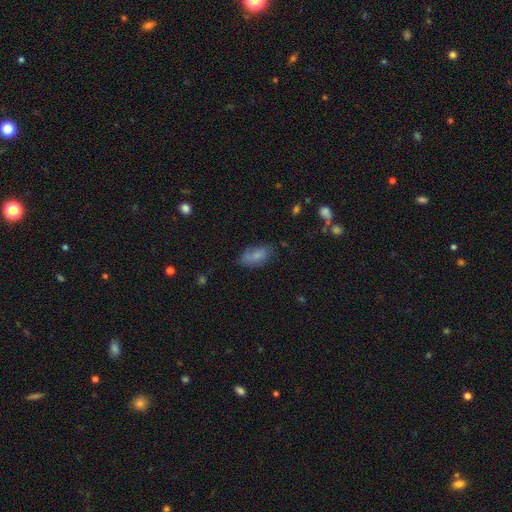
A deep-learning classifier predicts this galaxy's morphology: Q: Smooth or featured?
A: smooth (76%); runner-up: featured or disk (16%)
Q: How rounded?
A: in between (88%); runner-up: cigar-shaped (8%)
Q: Merging?
A: none (62%); runner-up: minor disturbance (26%)